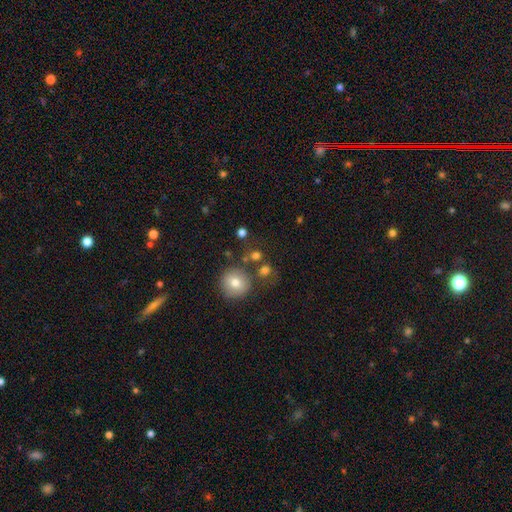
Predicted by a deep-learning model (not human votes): Smooth or featured: smooth — 75% (star or artifact — 15%)
How rounded: round — 79% (in between — 19%)
Merging: none — 66% (merger — 16%)